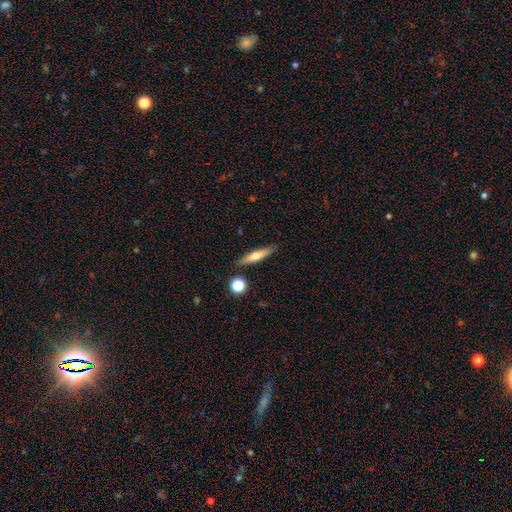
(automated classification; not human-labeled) Smooth or featured? smooth (57%)
How rounded? cigar-shaped (80%)
Merging? none (85%)